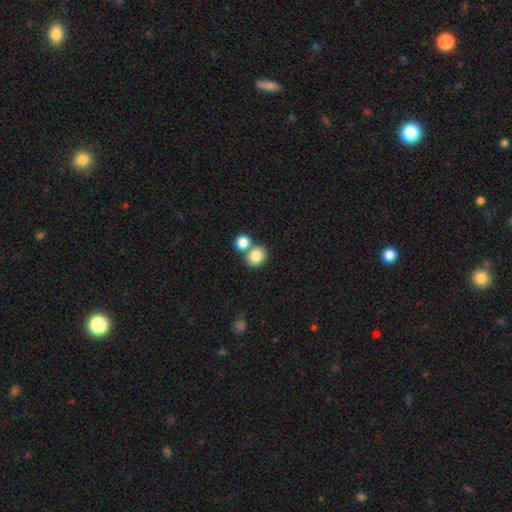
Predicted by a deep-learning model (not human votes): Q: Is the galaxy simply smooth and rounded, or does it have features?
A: smooth — 84%.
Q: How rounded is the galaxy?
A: round — 64%.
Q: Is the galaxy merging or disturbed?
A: none — 52%.